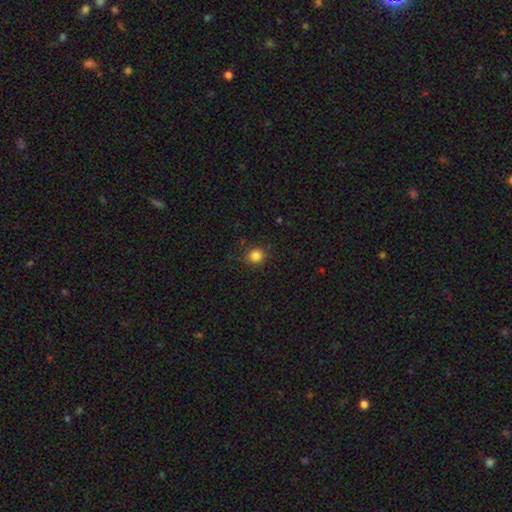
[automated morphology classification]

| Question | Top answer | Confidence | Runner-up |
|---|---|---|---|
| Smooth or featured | smooth | 84% | star or artifact (12%) |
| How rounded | round | 87% | in between (12%) |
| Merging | none | 88% | minor disturbance (9%) |